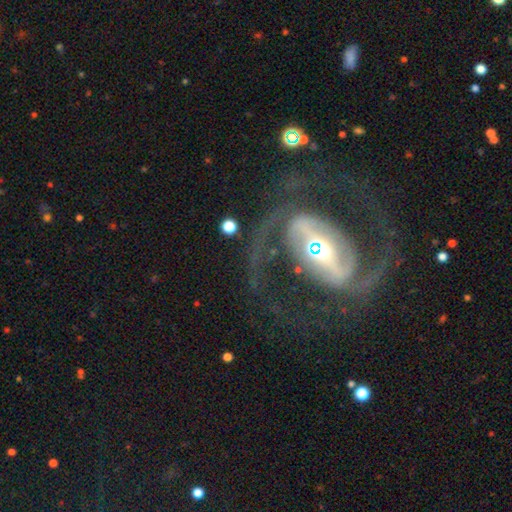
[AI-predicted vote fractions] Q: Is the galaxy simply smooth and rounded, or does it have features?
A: featured or disk — 91%.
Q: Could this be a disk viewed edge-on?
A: no — 96%.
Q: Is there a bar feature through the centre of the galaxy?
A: strong — 65%.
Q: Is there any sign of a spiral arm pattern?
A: yes — 95%.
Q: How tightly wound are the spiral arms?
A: medium — 58%.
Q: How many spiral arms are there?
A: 2 — 92%.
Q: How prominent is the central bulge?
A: moderate — 47%.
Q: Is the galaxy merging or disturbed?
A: none — 73%.